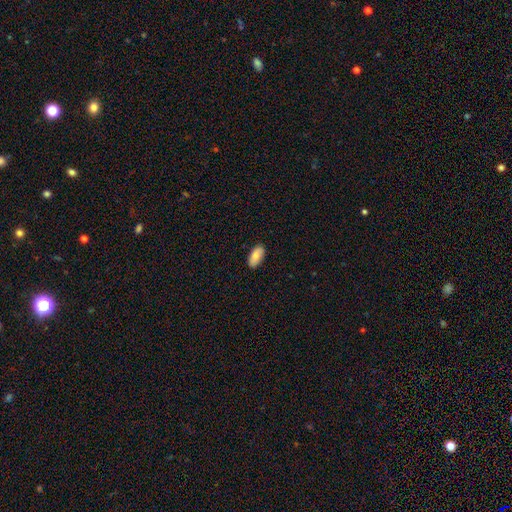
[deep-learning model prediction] Smooth or featured? smooth (80%)
How rounded? in between (93%)
Merging? none (88%)